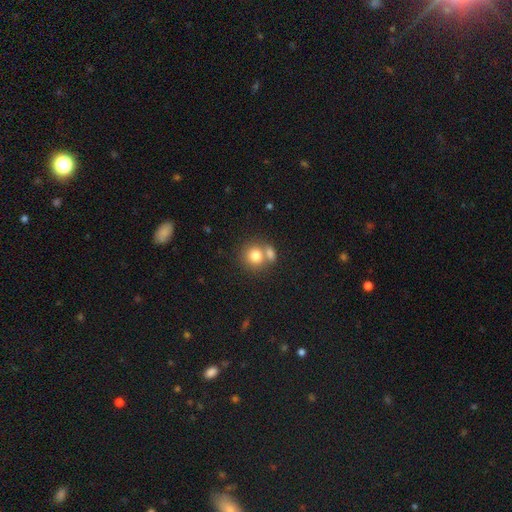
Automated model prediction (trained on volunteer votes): Smooth or featured?
  - smooth: 78% *
  - featured or disk: 12%
  - star or artifact: 10%
How rounded?
  - round: 83% *
  - in between: 16%
  - cigar-shaped: 1%
Merging?
  - none: 46% *
  - merger: 43%
  - minor disturbance: 8%
  - major disturbance: 3%